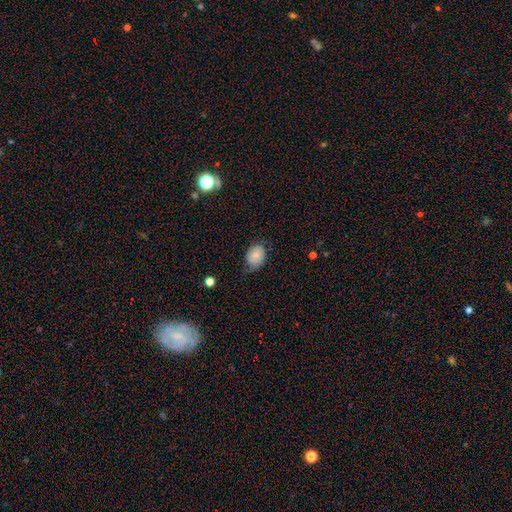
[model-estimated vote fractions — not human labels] Morphology: type=smooth (74%); roundness=in between (74%); merging=none (58%).